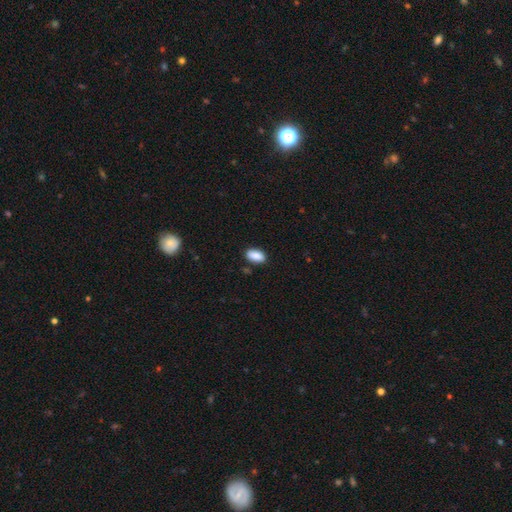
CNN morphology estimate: smooth 89%, star or artifact 7%, featured or disk 4%. Down the decision tree: how rounded — in between (92%); merging — none (86%).